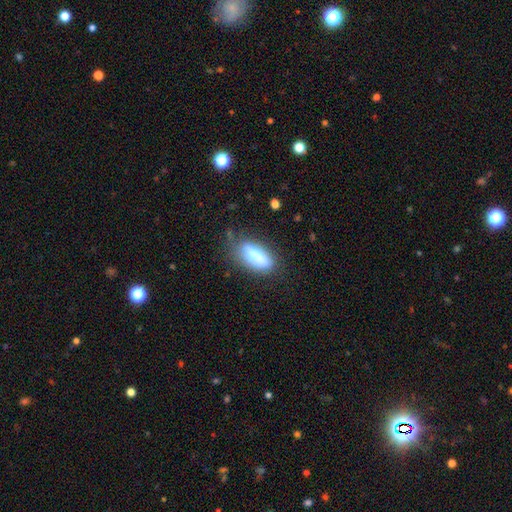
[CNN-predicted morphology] Q: Smooth or featured?
A: smooth (70%); runner-up: featured or disk (23%)
Q: How rounded?
A: in between (72%); runner-up: cigar-shaped (24%)
Q: Merging?
A: none (64%); runner-up: minor disturbance (23%)